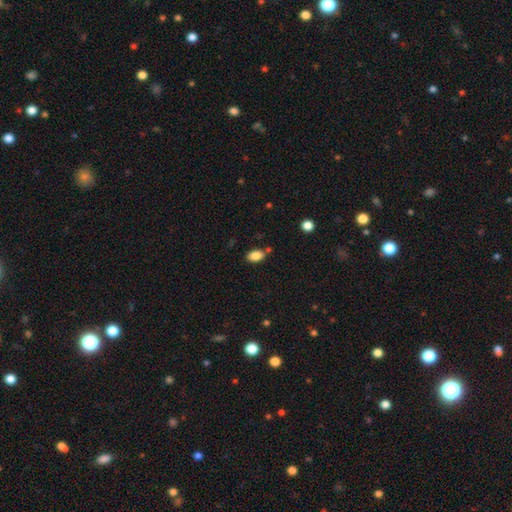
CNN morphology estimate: Smooth or featured: smooth — 86% (star or artifact — 9%)
How rounded: in between — 90% (round — 8%)
Merging: none — 74% (minor disturbance — 14%)